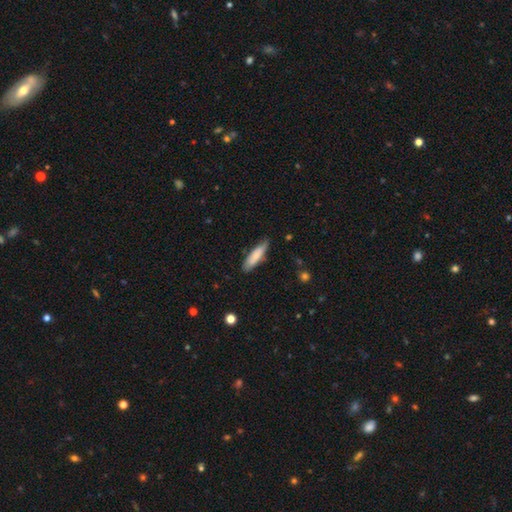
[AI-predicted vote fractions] smooth-or-featured: smooth: 75% | featured or disk: 19% | star or artifact: 6%
  how-rounded: cigar-shaped: 68% | in between: 30% | round: 2%
  merging: none: 76% | minor disturbance: 19% | major disturbance: 3% | merger: 2%